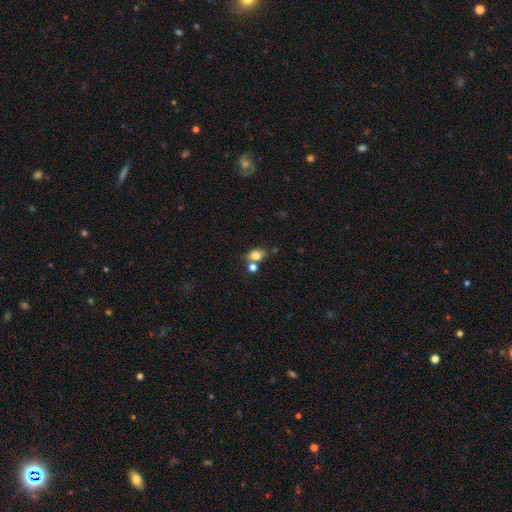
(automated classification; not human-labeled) smooth_or_featured: smooth (p=0.79) [alt: star or artifact p=0.12]
how_rounded: in between (p=0.68) [alt: round p=0.30]
merging: none (p=0.52) [alt: merger p=0.29]